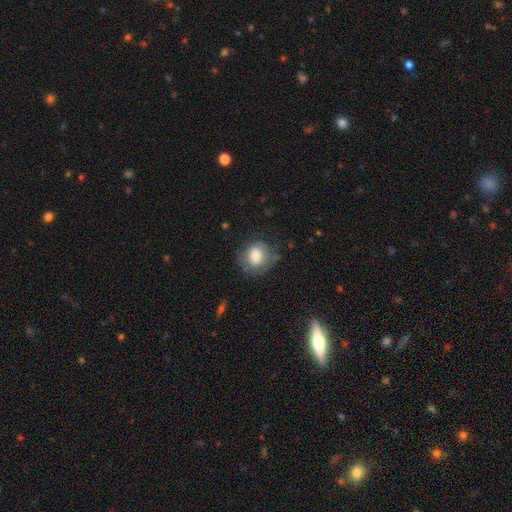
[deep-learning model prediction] Morphology: type=smooth (79%); roundness=round (64%); merging=none (58%).